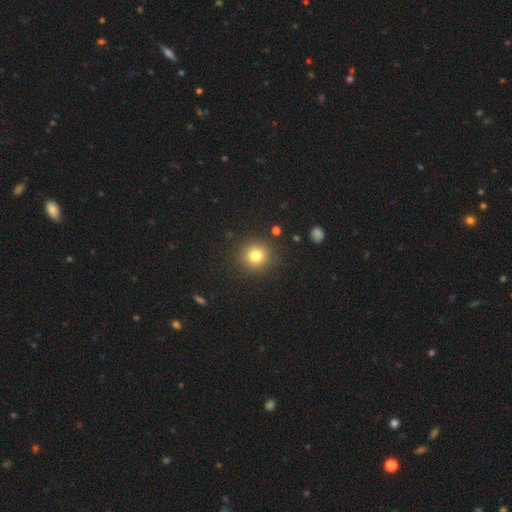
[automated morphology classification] This appears to be a smooth galaxy with no disk features (80%) that is round (91%). Merging: none (89%).